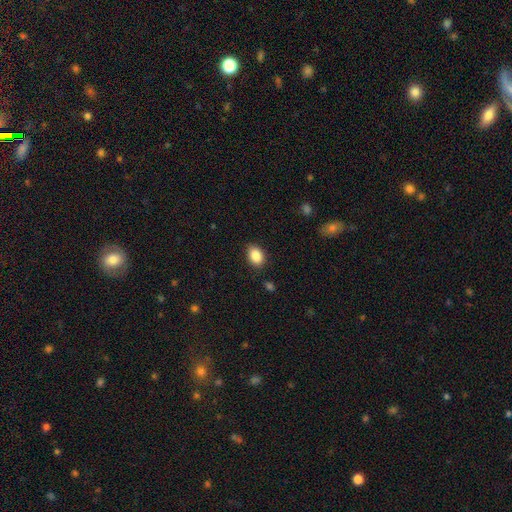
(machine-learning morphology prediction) This appears to be a smooth galaxy with no disk features (88%) that is in between round and cigar-shaped (78%). Merging: none (84%).